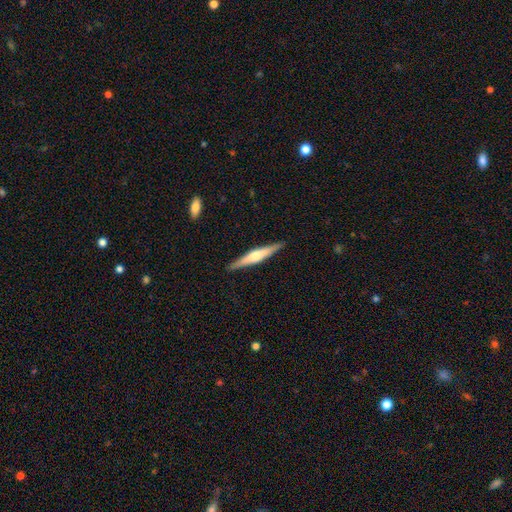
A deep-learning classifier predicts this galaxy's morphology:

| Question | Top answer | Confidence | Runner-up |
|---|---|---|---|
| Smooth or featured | featured or disk | 64% | smooth (31%) |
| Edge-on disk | yes | 98% | no (2%) |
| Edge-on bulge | rounded | 75% | boxy (16%) |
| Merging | none | 91% | minor disturbance (7%) |